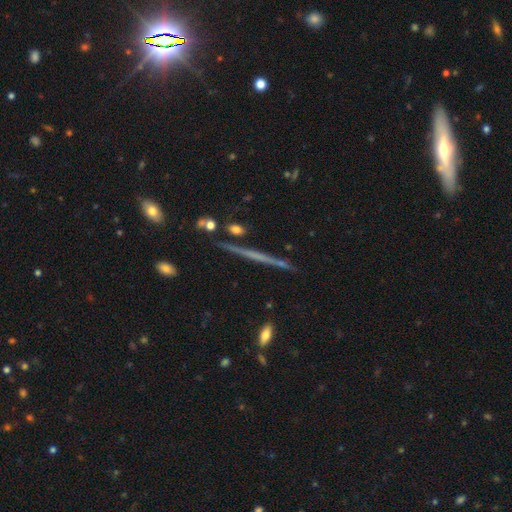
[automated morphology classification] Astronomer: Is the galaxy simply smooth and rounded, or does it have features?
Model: featured or disk — 68%.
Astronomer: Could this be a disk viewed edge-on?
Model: yes — 97%.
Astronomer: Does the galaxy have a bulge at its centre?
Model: none — 76%.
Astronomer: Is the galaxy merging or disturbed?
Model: none — 88%.